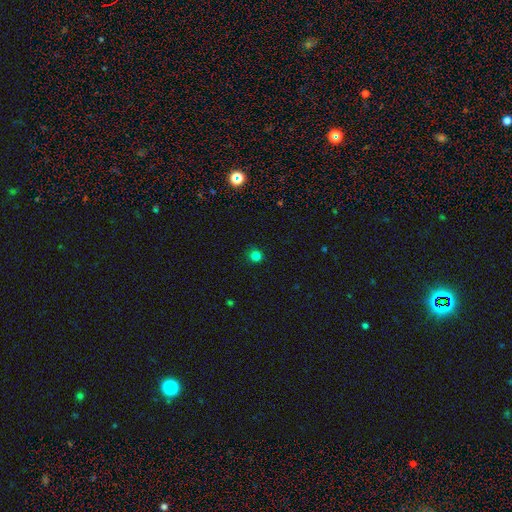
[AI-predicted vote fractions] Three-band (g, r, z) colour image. It shows a smooth galaxy with no disk features (81%) that is round (92%). Merging: none (90%).